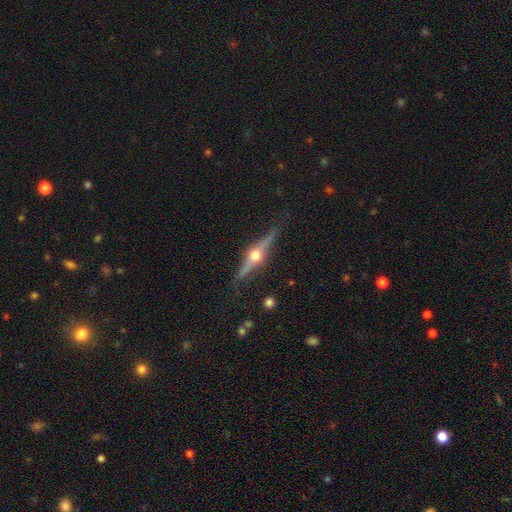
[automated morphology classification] This appears to be a featured or disk galaxy (83%) viewed edge-on (97%) with a rounded central bulge (97%). Merging: none (86%).